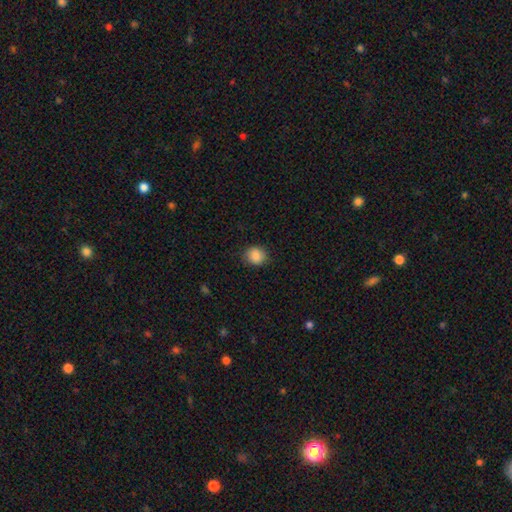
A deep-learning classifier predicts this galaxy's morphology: This appears to be a smooth galaxy with no disk features (87%) that is round (79%). Merging: none (86%).